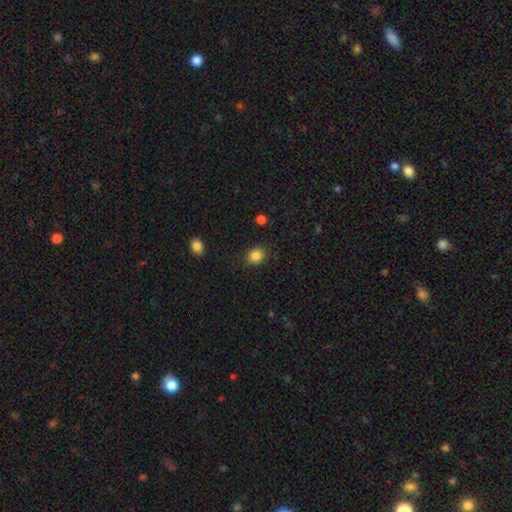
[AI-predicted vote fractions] Q: Smooth or featured?
A: smooth (86%); runner-up: star or artifact (10%)
Q: How rounded?
A: round (60%); runner-up: in between (39%)
Q: Merging?
A: none (87%); runner-up: minor disturbance (9%)